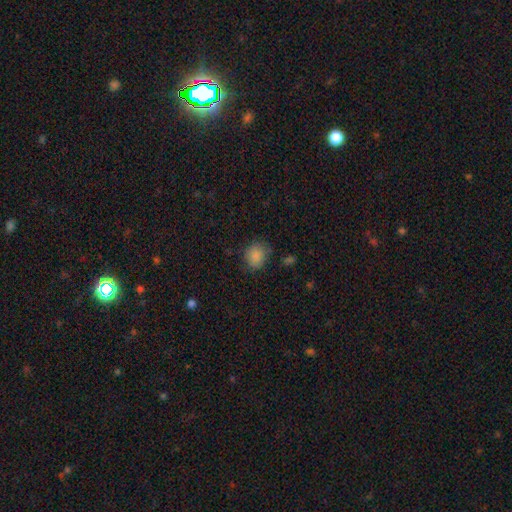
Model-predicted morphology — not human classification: Smooth or featured? Predicted: smooth (p=0.85). How rounded? Predicted: round (p=0.64). Merging? Predicted: none (p=0.74).